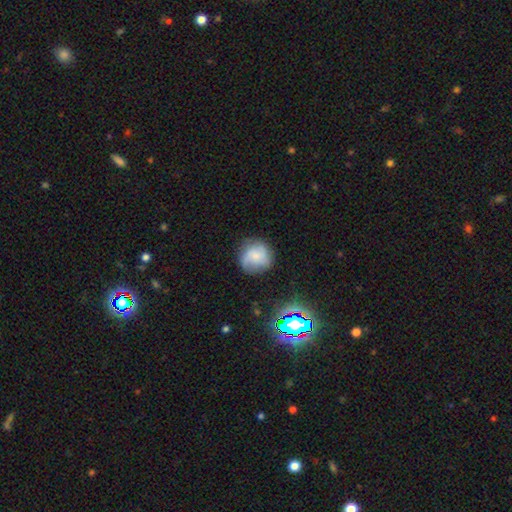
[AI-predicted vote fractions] A smooth galaxy with no disk features (55%) that is round (88%).

Vote fractions:
- Smooth or featured? smooth: 55% / featured or disk: 35% / star or artifact: 11%
- How rounded? round: 88% / in between: 11% / cigar-shaped: 1%
- Merging? none: 67% / minor disturbance: 22% / major disturbance: 9% / merger: 2%